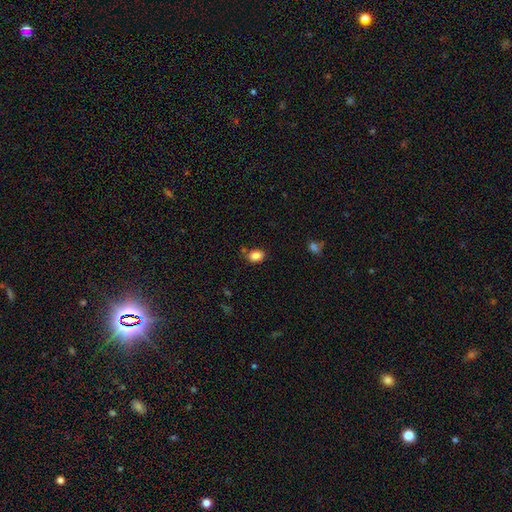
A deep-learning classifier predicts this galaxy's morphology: A smooth galaxy with no disk features (86%) that is in between round and cigar-shaped (73%). Merging: none (75%).